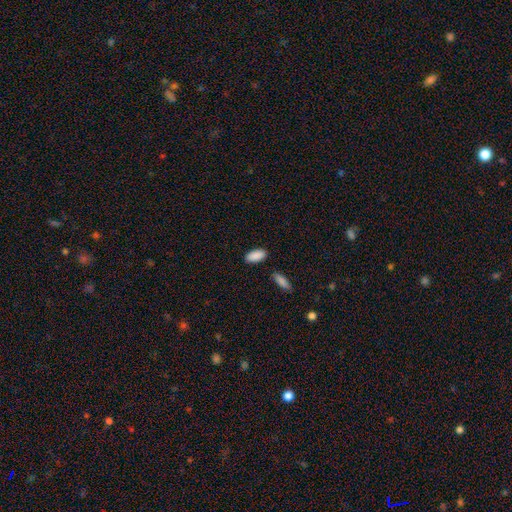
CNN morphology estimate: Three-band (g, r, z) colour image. It shows a smooth galaxy with no disk features (90%) that is in between round and cigar-shaped (91%). Merging: none (84%).